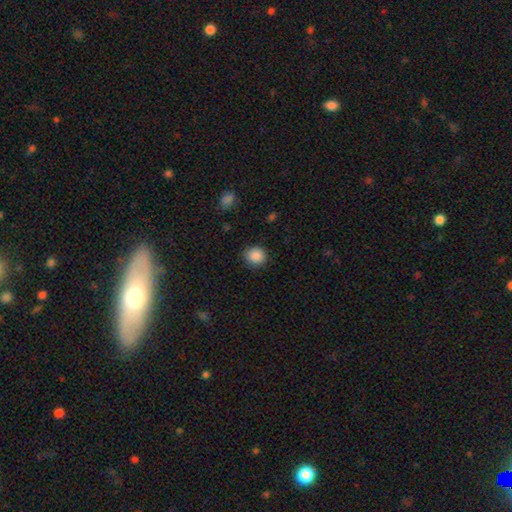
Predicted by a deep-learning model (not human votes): This appears to be a smooth galaxy with no disk features (88%) that is round (84%). Merging: none (86%).